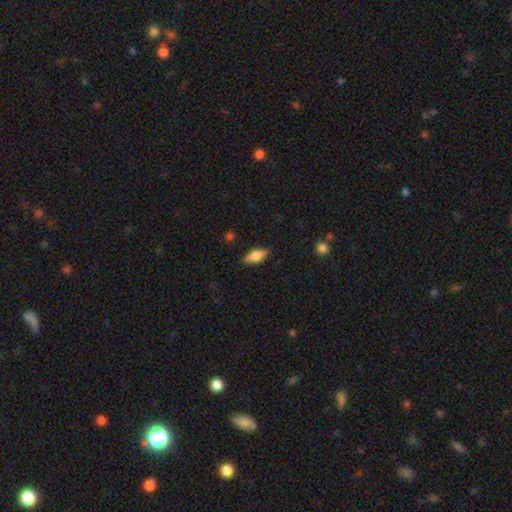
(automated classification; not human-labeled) Smooth or featured?
  - smooth: 70% *
  - featured or disk: 23%
  - star or artifact: 7%
How rounded?
  - in between: 71% *
  - cigar-shaped: 25%
  - round: 3%
Merging?
  - none: 86% *
  - minor disturbance: 11%
  - major disturbance: 2%
  - merger: 1%